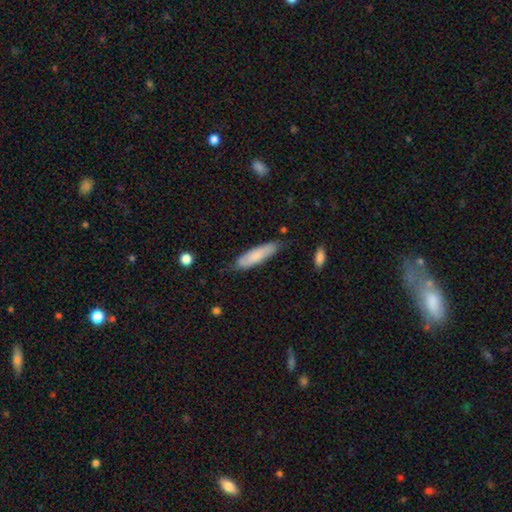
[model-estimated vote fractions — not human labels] Overall: smooth (76%). How rounded: cigar-shaped (66%; in between 33%). Merging: none (69%).